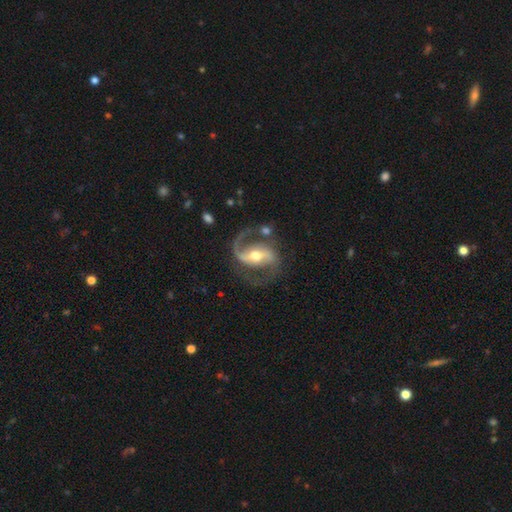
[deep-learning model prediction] Morphology: type=featured or disk (91%); edge-on=no (97%); bar=strong (49%); spiral arms=yes (97%); winding=medium (57%); arm count=2 (91%); bulge=moderate (70%); merging=none (72%).